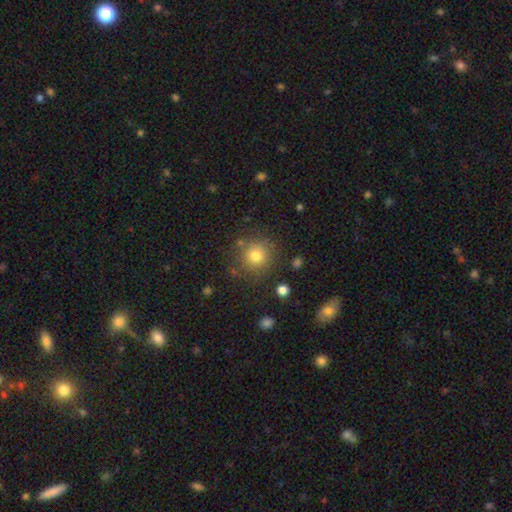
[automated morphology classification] smooth_or_featured: smooth (p=0.77) [alt: star or artifact p=0.13]
how_rounded: round (p=0.92) [alt: in between p=0.07]
merging: none (p=0.82) [alt: minor disturbance p=0.10]